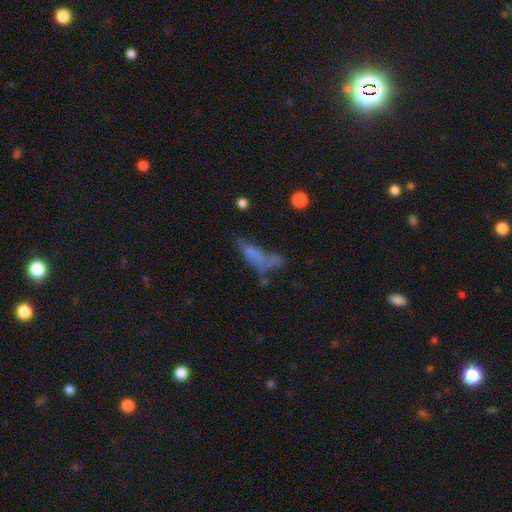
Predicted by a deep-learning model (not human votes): Smooth or featured? smooth (52%)
How rounded? in between (48%, tied with cigar-shaped)
Merging? none (29%, tied with major disturbance)